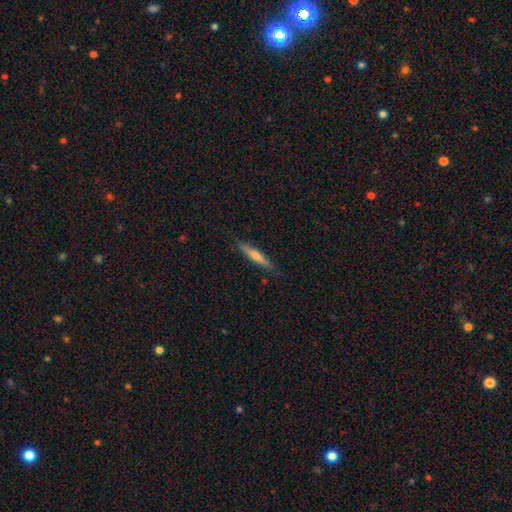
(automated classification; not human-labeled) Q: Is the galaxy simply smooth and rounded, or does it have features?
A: smooth — 48%.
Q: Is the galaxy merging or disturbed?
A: none — 86%.